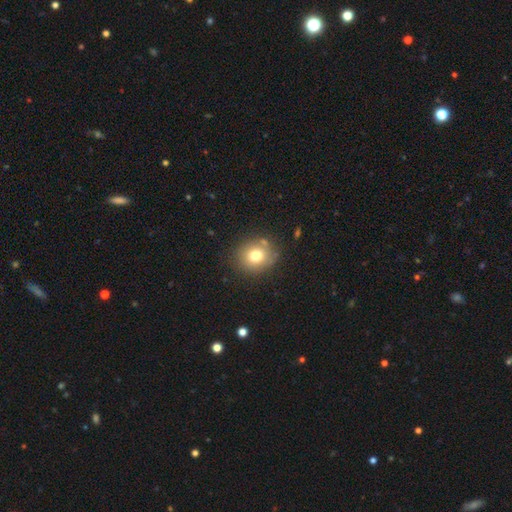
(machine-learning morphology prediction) The model was most divided on "how rounded": round: 77%, in between: 22%, cigar-shaped: 1%. More confident: merging — none (80%); smooth or featured — smooth (75%).